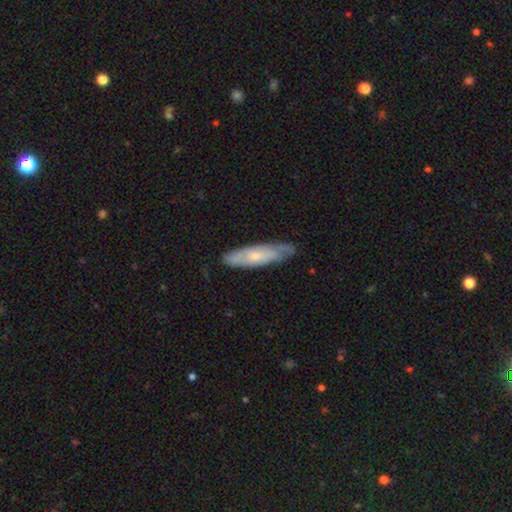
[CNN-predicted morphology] type=smooth (49%); merging=none (69%).